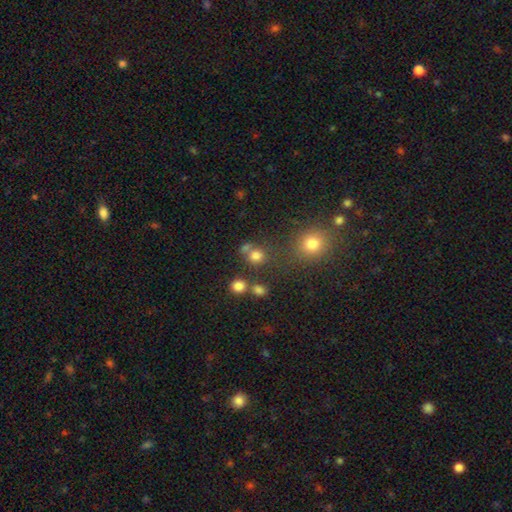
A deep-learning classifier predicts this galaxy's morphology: Smooth or featured? smooth (76%)
How rounded? round (83%)
Merging? none (62%)